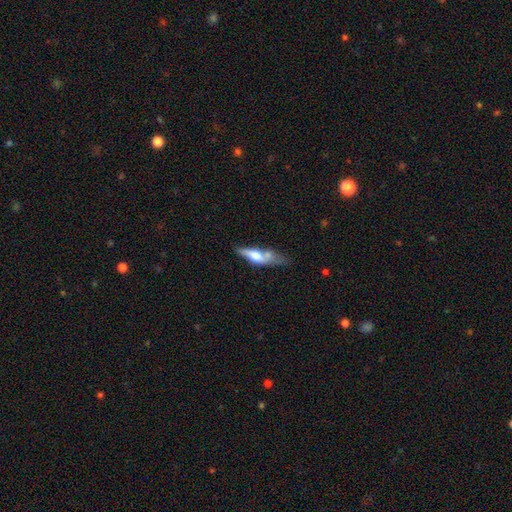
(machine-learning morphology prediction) This is possibly a featured or disk galaxy (49%). Merging: marginally none (36%).